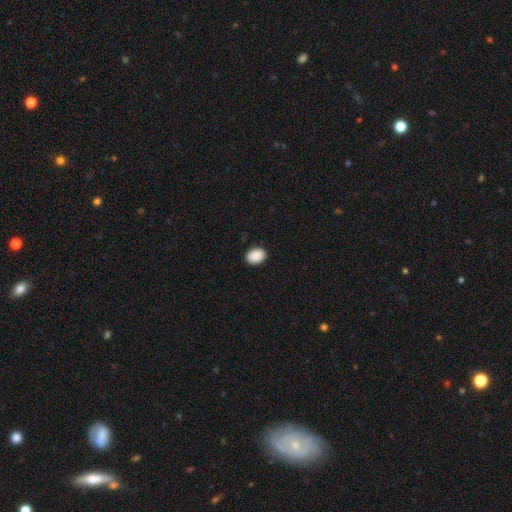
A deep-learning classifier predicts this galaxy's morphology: The model was most divided on "how rounded": in between: 73%, round: 26%, cigar-shaped: 1%. More confident: smooth or featured — smooth (91%); merging — none (90%).